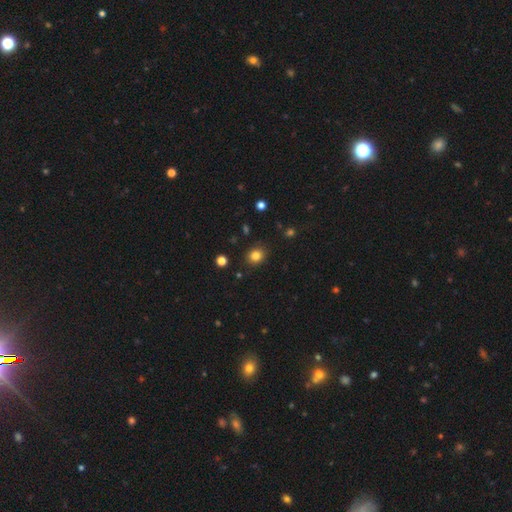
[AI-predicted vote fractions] A smooth galaxy with no disk features (83%) that is round (69%).

Vote fractions:
- Smooth or featured? smooth: 83% / star or artifact: 12% / featured or disk: 5%
- How rounded? round: 69% / in between: 30% / cigar-shaped: 1%
- Merging? none: 87% / minor disturbance: 9% / major disturbance: 2% / merger: 2%